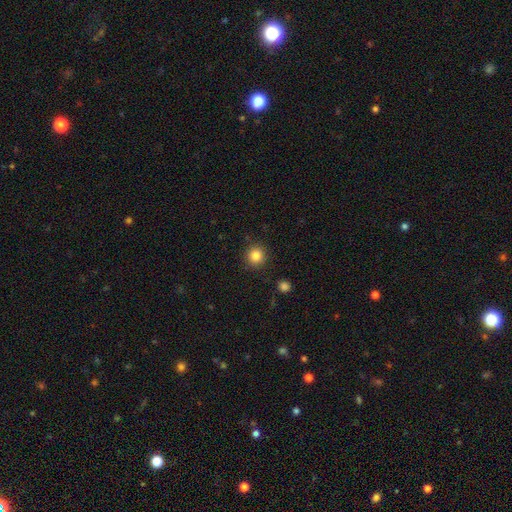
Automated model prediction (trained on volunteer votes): Smooth or featured: smooth — 84% (star or artifact — 11%)
How rounded: round — 93% (in between — 6%)
Merging: none — 90% (minor disturbance — 6%)